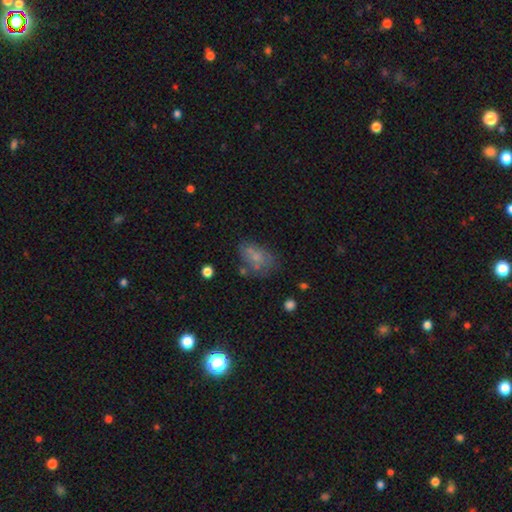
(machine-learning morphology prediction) type=smooth (59%); roundness=in between (83%); merging=none (49%).